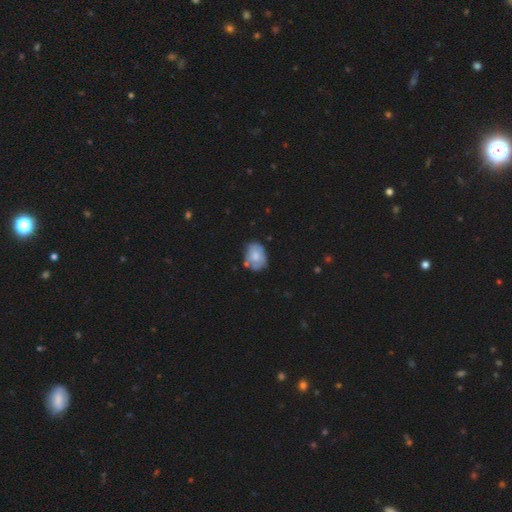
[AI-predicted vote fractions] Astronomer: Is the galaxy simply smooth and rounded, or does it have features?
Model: smooth — 63%.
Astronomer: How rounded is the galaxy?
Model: in between — 67%.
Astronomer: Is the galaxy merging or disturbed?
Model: none — 57%.